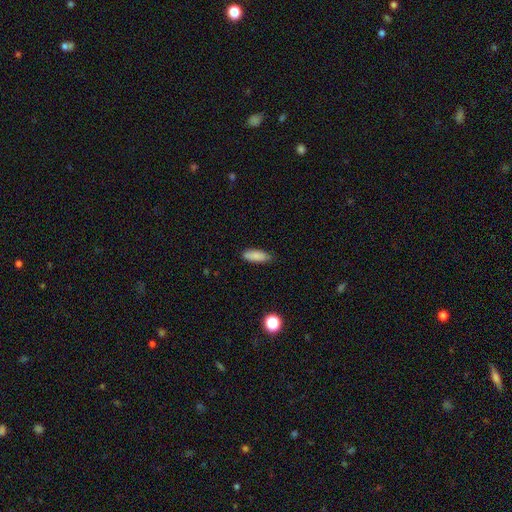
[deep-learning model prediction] A smooth galaxy with no disk features (86%) that is in between round and cigar-shaped (67%). Merging: none (81%).